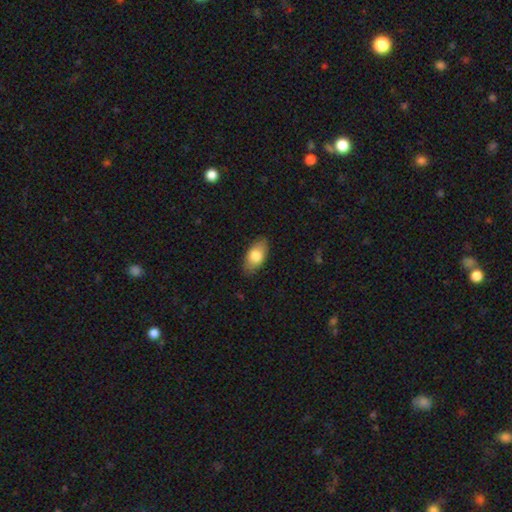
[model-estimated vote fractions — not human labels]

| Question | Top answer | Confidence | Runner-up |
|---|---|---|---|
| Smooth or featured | smooth | 78% | featured or disk (16%) |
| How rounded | in between | 92% | cigar-shaped (4%) |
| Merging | none | 84% | minor disturbance (12%) |